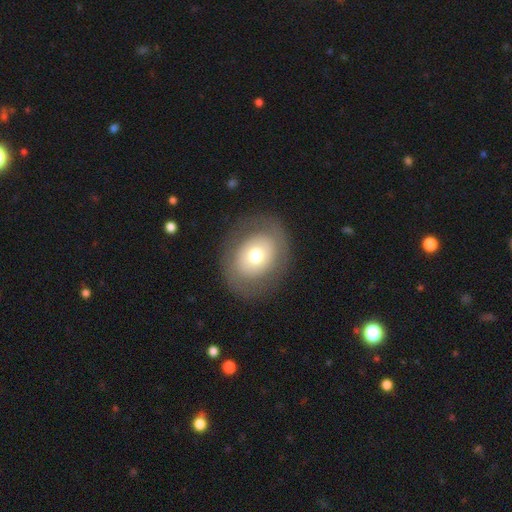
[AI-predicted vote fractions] Smooth or featured: smooth — 58% (featured or disk — 34%)
How rounded: round — 53% (in between — 46%)
Merging: none — 80% (minor disturbance — 11%)